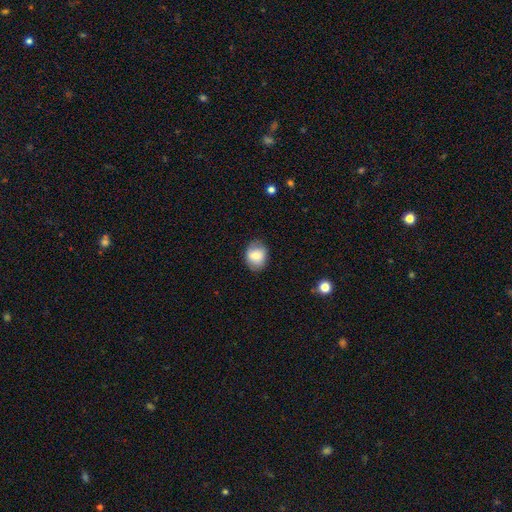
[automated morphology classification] smooth-or-featured: smooth: 74% | featured or disk: 18% | star or artifact: 8%
  how-rounded: round: 51% | in between: 48% | cigar-shaped: 1%
  merging: none: 79% | minor disturbance: 16% | major disturbance: 4% | merger: 1%